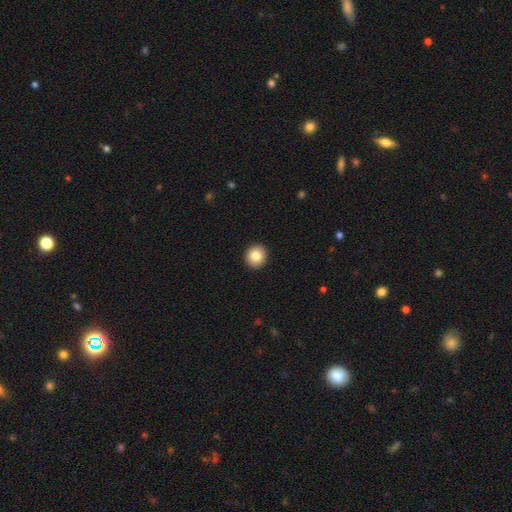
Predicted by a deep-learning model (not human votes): This is clearly a smooth galaxy (84%). How rounded: clearly round (87%). Merging: clearly none (93%).